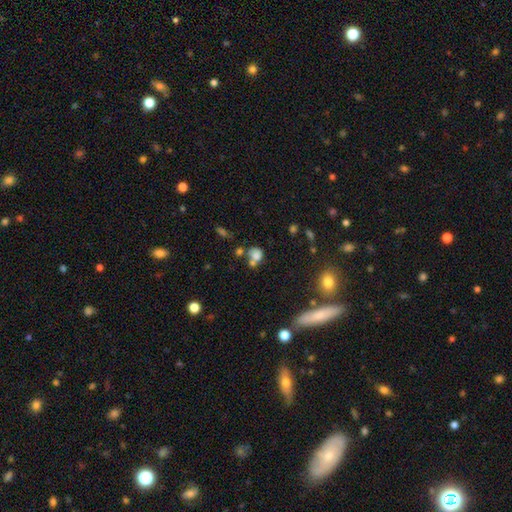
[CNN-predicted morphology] A smooth galaxy with no disk features (73%) that is round (64%).

Vote fractions:
- Smooth or featured? smooth: 73% / star or artifact: 14% / featured or disk: 12%
- How rounded? round: 64% / in between: 34% / cigar-shaped: 2%
- Merging? merger: 40% / none: 37% / minor disturbance: 14% / major disturbance: 9%